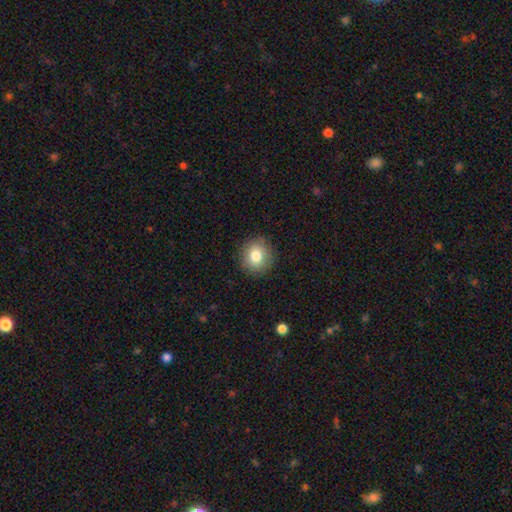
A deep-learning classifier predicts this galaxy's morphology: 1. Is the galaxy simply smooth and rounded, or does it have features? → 81% smooth, 10% featured or disk, 9% star or artifact.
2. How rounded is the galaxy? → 88% round, 11% in between, 1% cigar-shaped.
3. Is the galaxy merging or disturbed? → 89% none, 8% minor disturbance, 2% major disturbance, 1% merger.